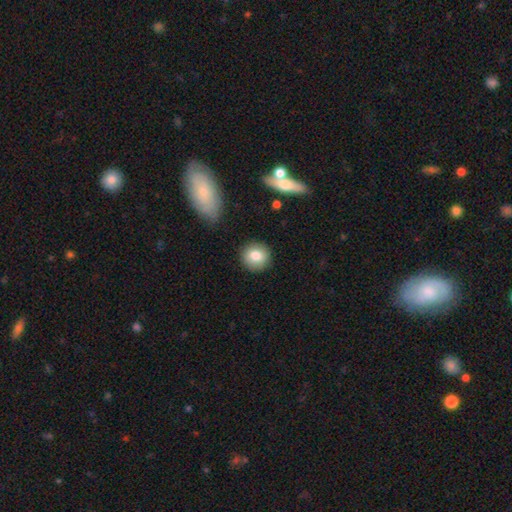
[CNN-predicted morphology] smooth-or-featured: smooth: 82% | featured or disk: 9% | star or artifact: 8%
  how-rounded: round: 92% | in between: 7% | cigar-shaped: 1%
  merging: none: 89% | minor disturbance: 7% | major disturbance: 2% | merger: 1%